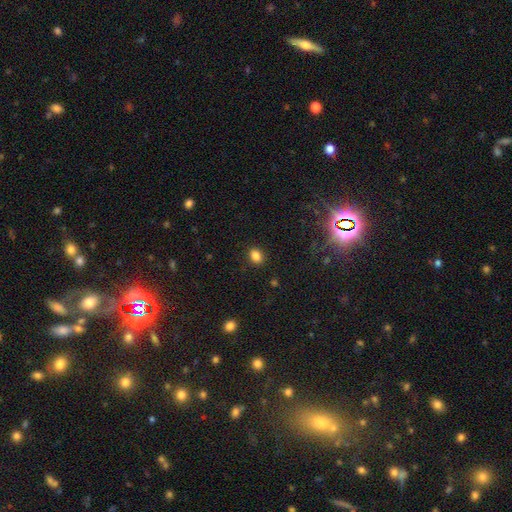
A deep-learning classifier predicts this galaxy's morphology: The model was most divided on "how rounded": in between: 61%, round: 38%, cigar-shaped: 1%. More confident: merging — none (88%); smooth or featured — smooth (84%).